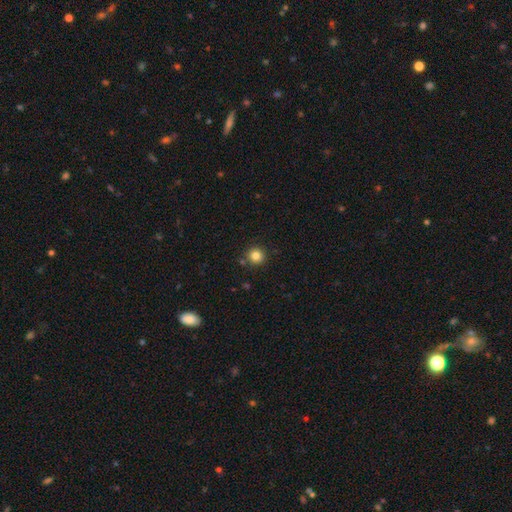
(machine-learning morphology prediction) Smooth or featured: smooth — 83% (star or artifact — 12%)
How rounded: round — 95% (in between — 4%)
Merging: none — 88% (minor disturbance — 6%)